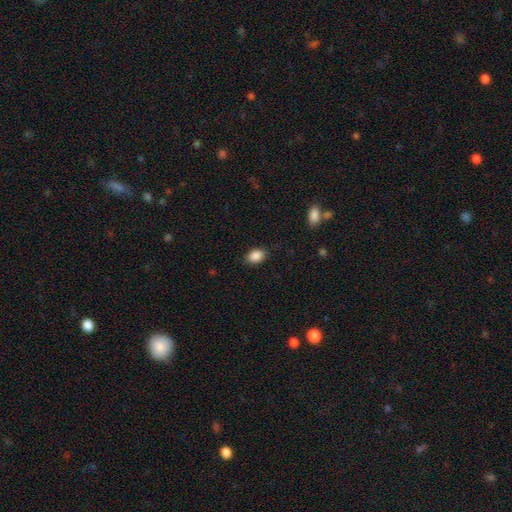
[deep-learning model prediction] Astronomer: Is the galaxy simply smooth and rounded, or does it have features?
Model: smooth — 88%.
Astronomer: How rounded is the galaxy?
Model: in between — 79%.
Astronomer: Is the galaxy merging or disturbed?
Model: none — 86%.